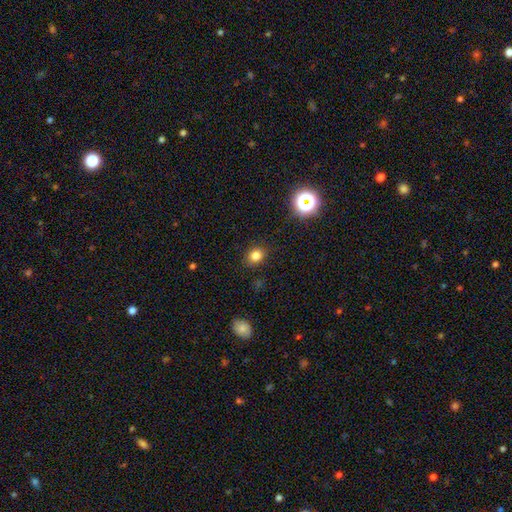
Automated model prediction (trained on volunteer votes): Q: Smooth or featured?
A: smooth (80%); runner-up: star or artifact (14%)
Q: How rounded?
A: round (64%); runner-up: in between (35%)
Q: Merging?
A: none (88%); runner-up: minor disturbance (9%)